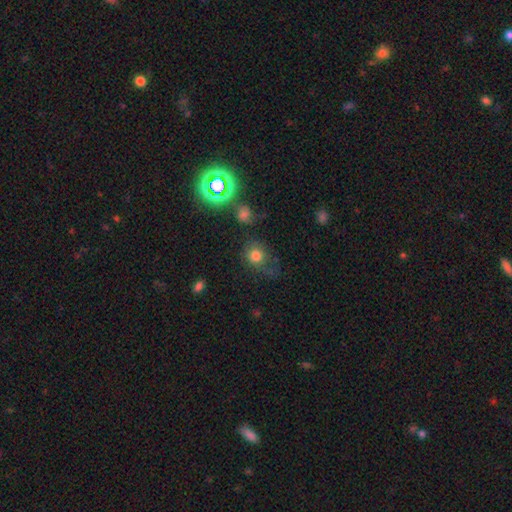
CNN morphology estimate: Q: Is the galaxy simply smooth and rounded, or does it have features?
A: smooth — 70%.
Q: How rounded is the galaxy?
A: round — 76%.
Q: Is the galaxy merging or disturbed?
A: none — 55%.